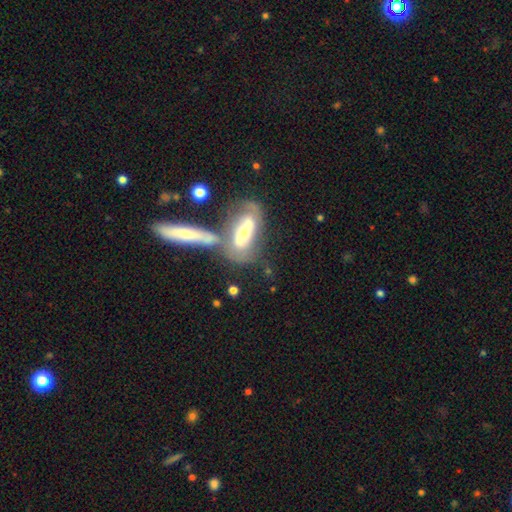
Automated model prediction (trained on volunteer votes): Overall: featured or disk (62%; smooth 28%). Edge-on disk: no (71%). Merging: merger (46%; none 34%).